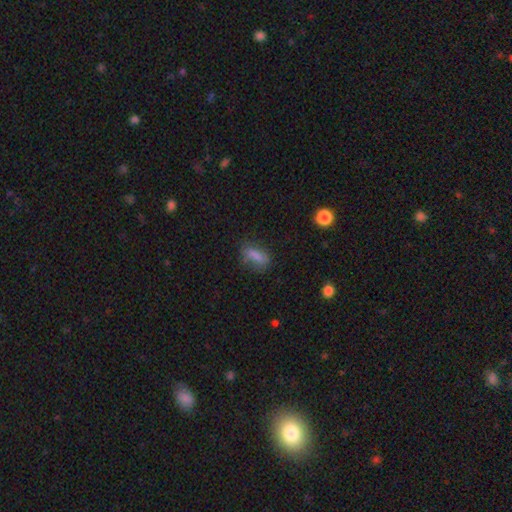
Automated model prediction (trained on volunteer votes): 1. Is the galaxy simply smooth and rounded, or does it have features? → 75% smooth, 13% featured or disk, 12% star or artifact.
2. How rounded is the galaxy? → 68% in between, 26% cigar-shaped, 6% round.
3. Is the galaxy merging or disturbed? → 59% none, 25% minor disturbance, 13% major disturbance, 3% merger.